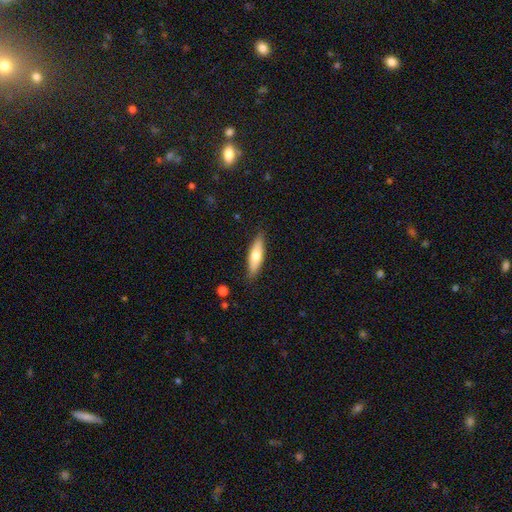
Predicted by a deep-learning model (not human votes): smooth 64%, featured or disk 30%, star or artifact 6%. Down the decision tree: how rounded — cigar-shaped (53%); merging — none (85%).